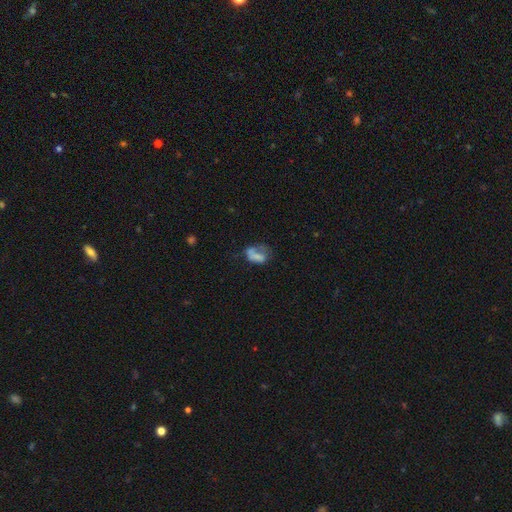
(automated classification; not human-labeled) The model was most divided on "merging": major disturbance: 34%, none: 26%, minor disturbance: 23%, merger: 17%. More confident: how rounded — in between (79%); smooth or featured — smooth (57%).